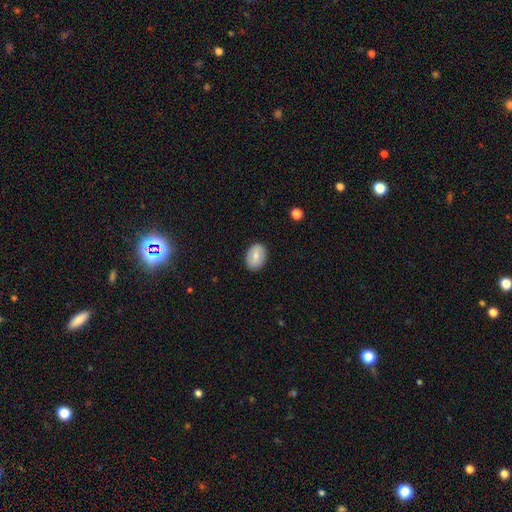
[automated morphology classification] Smooth or featured: smooth — 73% (featured or disk — 20%)
How rounded: in between — 79% (round — 20%)
Merging: none — 86% (minor disturbance — 10%)